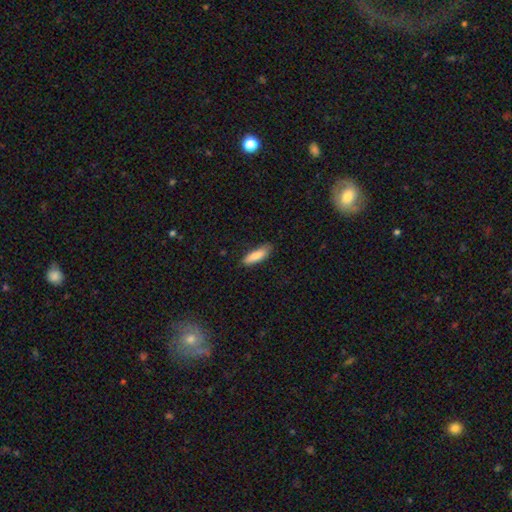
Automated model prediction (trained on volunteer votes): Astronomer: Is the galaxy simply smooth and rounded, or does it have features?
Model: smooth — 84%.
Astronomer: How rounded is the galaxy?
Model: cigar-shaped — 51% (runner-up: in between, 47%).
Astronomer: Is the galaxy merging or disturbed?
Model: none — 81%.